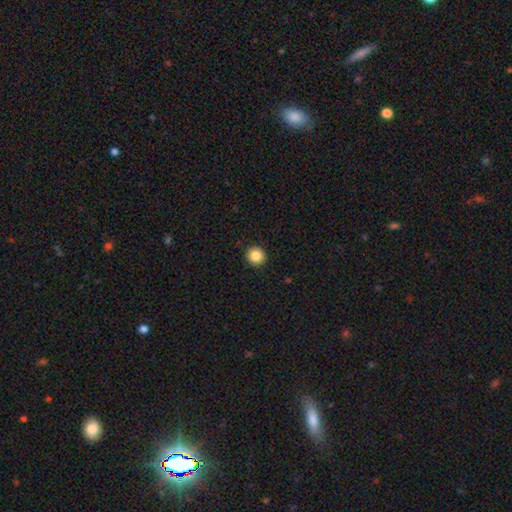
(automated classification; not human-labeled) Smooth or featured?
  - smooth: 85% *
  - star or artifact: 10%
  - featured or disk: 5%
How rounded?
  - round: 93% *
  - in between: 6%
  - cigar-shaped: 1%
Merging?
  - none: 93% *
  - minor disturbance: 4%
  - major disturbance: 1%
  - merger: 1%